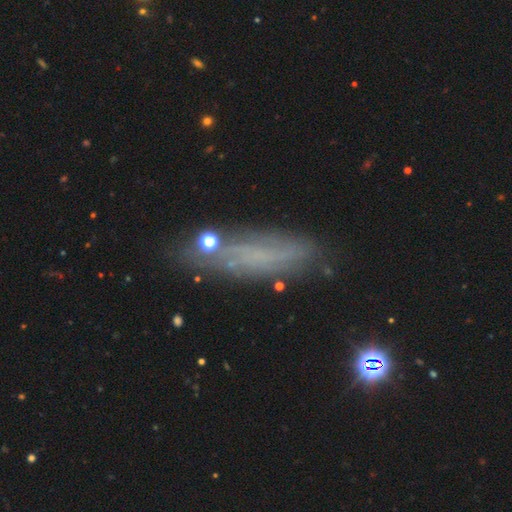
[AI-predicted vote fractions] A featured or disk galaxy (46%). Merging: none (65%).